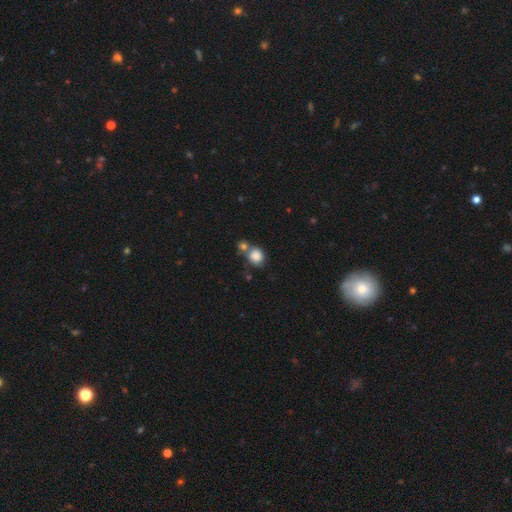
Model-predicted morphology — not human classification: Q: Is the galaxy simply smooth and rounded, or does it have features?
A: smooth — 84%.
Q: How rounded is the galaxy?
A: round — 68%.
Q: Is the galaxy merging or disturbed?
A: none — 45%.